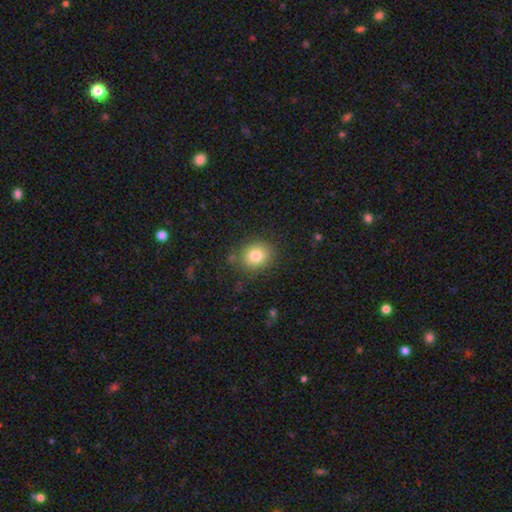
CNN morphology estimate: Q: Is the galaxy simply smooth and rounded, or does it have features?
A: smooth — 81%.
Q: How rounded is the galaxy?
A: round — 68%.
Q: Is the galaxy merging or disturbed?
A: none — 83%.